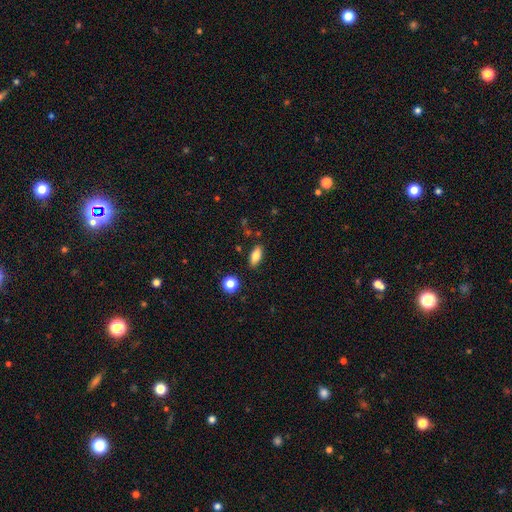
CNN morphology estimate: Q: Smooth or featured?
A: smooth (76%); runner-up: featured or disk (15%)
Q: How rounded?
A: in between (83%); runner-up: cigar-shaped (13%)
Q: Merging?
A: none (85%); runner-up: minor disturbance (10%)